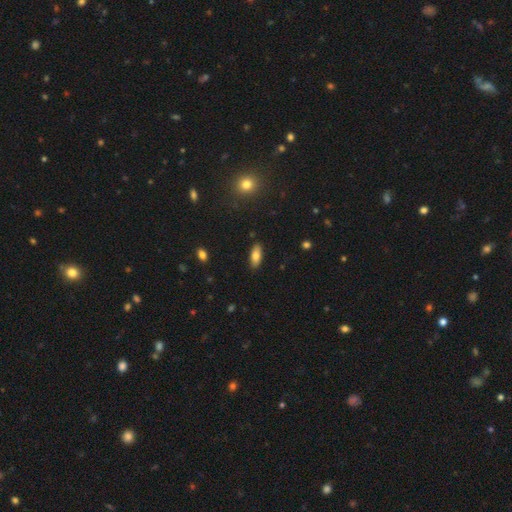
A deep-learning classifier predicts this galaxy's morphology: A smooth galaxy with no disk features (79%) that is in between round and cigar-shaped (83%).

Vote fractions:
- Smooth or featured? smooth: 79% / featured or disk: 13% / star or artifact: 8%
- How rounded? in between: 83% / cigar-shaped: 14% / round: 2%
- Merging? none: 87% / minor disturbance: 10% / major disturbance: 2% / merger: 1%